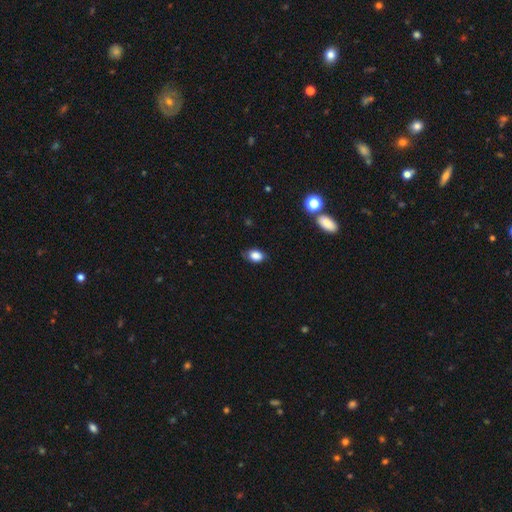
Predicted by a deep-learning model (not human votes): smooth_or_featured: smooth (p=0.85) [alt: star or artifact p=0.10]
how_rounded: in between (p=0.80) [alt: round p=0.19]
merging: none (p=0.72) [alt: minor disturbance p=0.22]